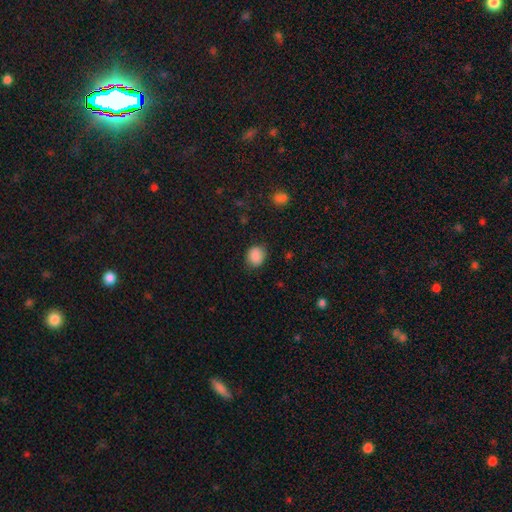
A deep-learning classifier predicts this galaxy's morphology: A smooth galaxy with no disk features (87%) that is round (63%).

Vote fractions:
- Smooth or featured? smooth: 87% / star or artifact: 9% / featured or disk: 4%
- How rounded? round: 63% / in between: 36% / cigar-shaped: 1%
- Merging? none: 82% / minor disturbance: 13% / major disturbance: 4% / merger: 1%